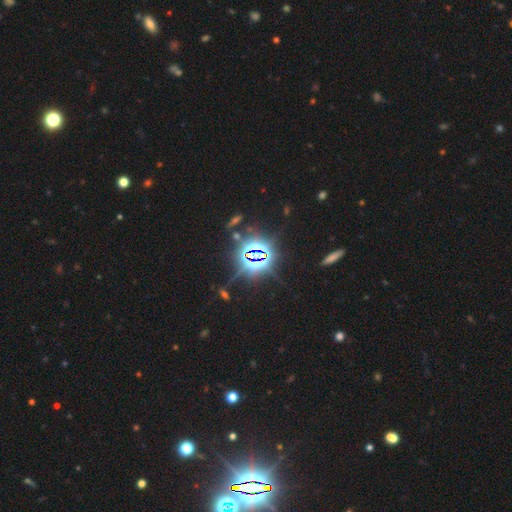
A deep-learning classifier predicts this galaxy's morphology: The model was most divided on "smooth or featured": star or artifact: 84%, smooth: 9%, featured or disk: 7%.